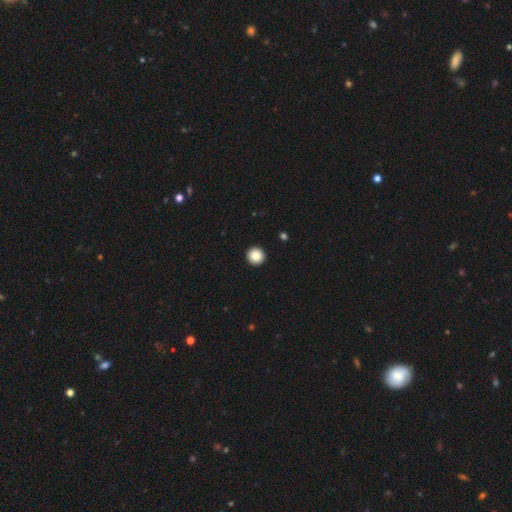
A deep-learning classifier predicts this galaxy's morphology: The model was most divided on "smooth or featured": smooth: 86%, star or artifact: 9%, featured or disk: 5%. More confident: how rounded — round (96%); merging — none (94%).